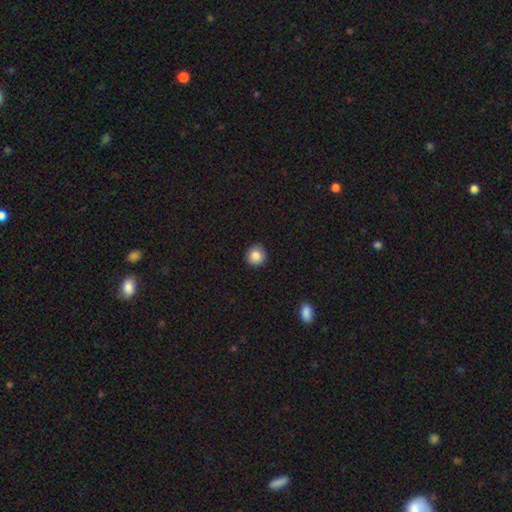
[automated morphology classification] Smooth or featured?
  - smooth: 85% *
  - star or artifact: 9%
  - featured or disk: 5%
How rounded?
  - round: 92% *
  - in between: 7%
  - cigar-shaped: 1%
Merging?
  - none: 90% *
  - minor disturbance: 7%
  - major disturbance: 2%
  - merger: 1%